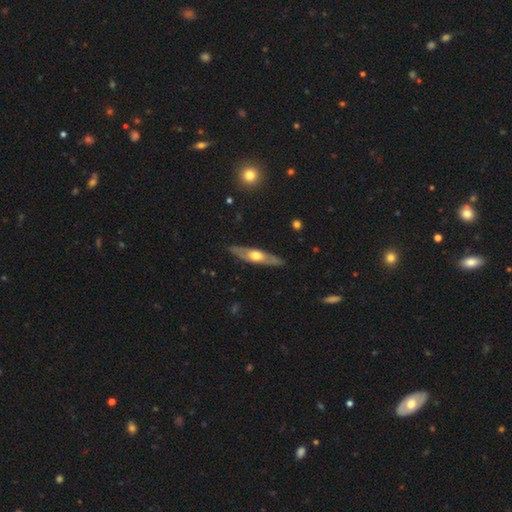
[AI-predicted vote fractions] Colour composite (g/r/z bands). It shows a featured or disk galaxy (61%) viewed edge-on (71%). Merging: none (86%).